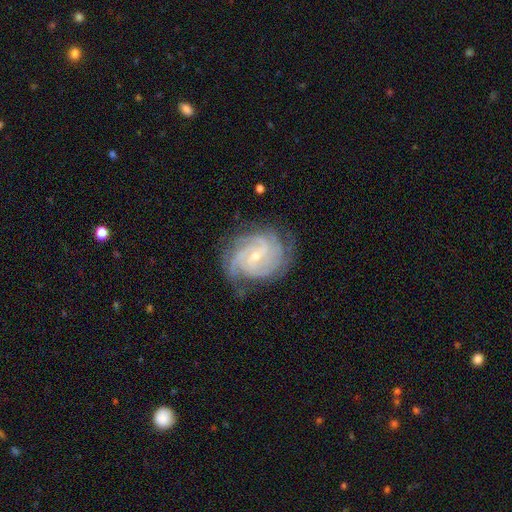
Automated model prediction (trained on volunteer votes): Smooth or featured? Predicted: featured or disk (p=0.90). Edge-on disk? Predicted: no (p=0.98). Bar? Predicted: weak (p=0.48). Spiral arms? Predicted: yes (p=0.98). Spiral winding? Predicted: tight (p=0.69). Spiral arm count? Predicted: 4 (p=0.33). Bulge size? Predicted: small (p=0.73). Merging? Predicted: none (p=0.76).